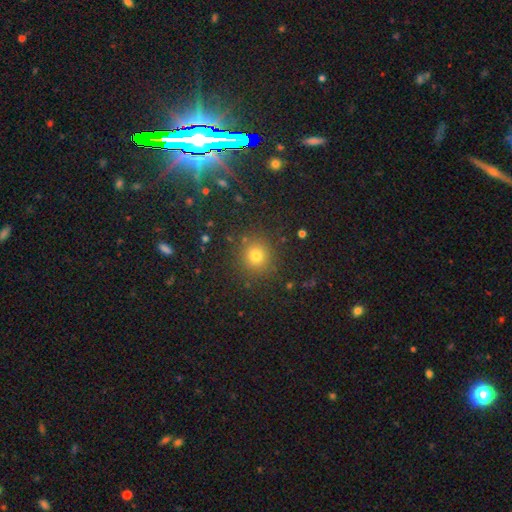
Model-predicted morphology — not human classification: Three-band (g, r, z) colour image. It shows a smooth galaxy with no disk features (74%) that is round (92%). Merging: none (89%).